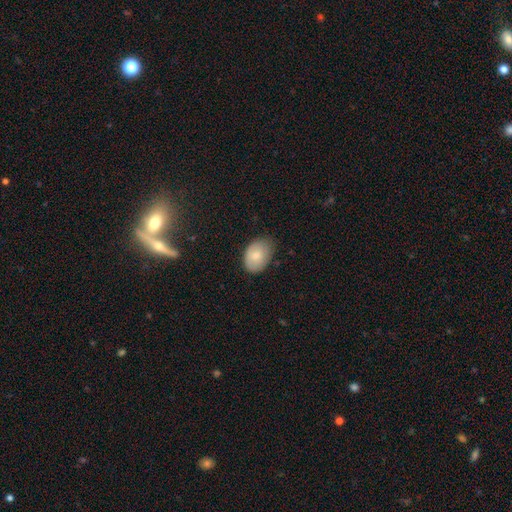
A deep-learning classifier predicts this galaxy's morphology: This appears to be a smooth galaxy with no disk features (81%) that is in between round and cigar-shaped (85%). Merging: none (68%).